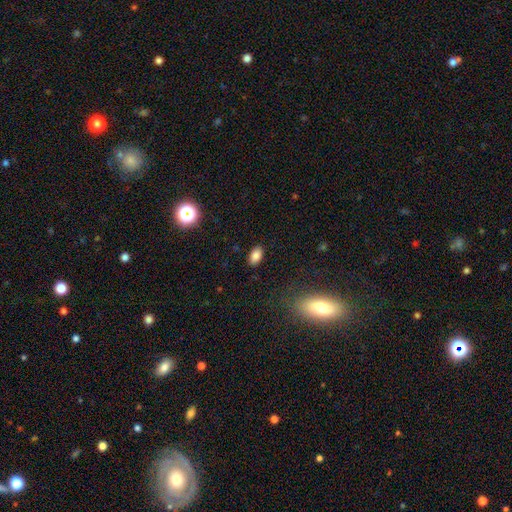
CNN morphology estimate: Smooth or featured? Predicted: smooth (p=0.83). How rounded? Predicted: in between (p=0.90). Merging? Predicted: none (p=0.88).